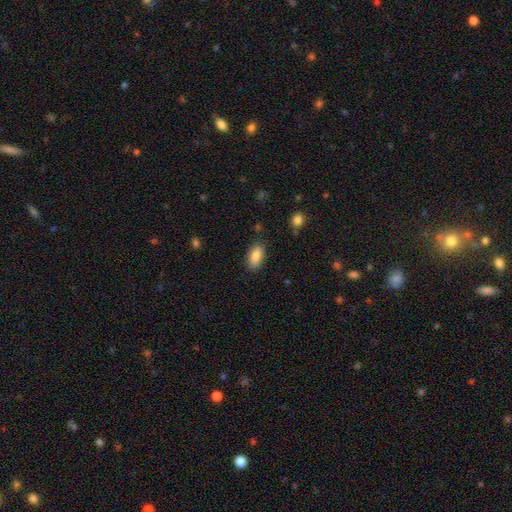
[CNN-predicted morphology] smooth-or-featured: smooth: 86% | star or artifact: 7% | featured or disk: 7%
  how-rounded: in between: 89% | cigar-shaped: 8% | round: 3%
  merging: none: 84% | minor disturbance: 11% | major disturbance: 3% | merger: 2%